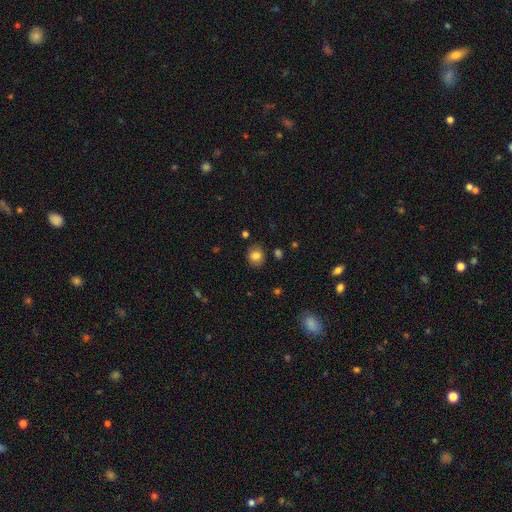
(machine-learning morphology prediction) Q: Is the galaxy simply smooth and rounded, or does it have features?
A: smooth — 83%.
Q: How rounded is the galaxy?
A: round — 76%.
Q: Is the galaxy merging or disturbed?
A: none — 86%.